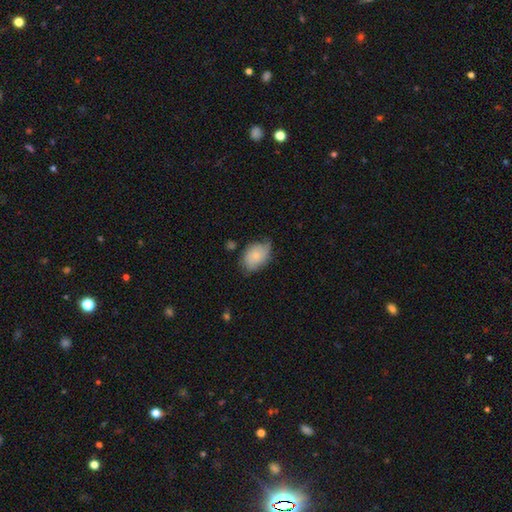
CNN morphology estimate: smooth_or_featured: smooth (p=0.74) [alt: featured or disk p=0.19]
how_rounded: in between (p=0.78) [alt: round p=0.21]
merging: none (p=0.53) [alt: minor disturbance p=0.36]